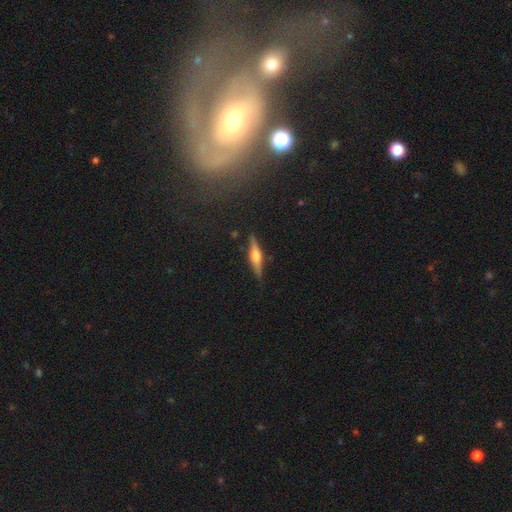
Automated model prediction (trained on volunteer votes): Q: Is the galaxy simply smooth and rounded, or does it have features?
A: featured or disk — 64%.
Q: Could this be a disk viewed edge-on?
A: yes — 96%.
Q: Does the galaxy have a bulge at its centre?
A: rounded — 85%.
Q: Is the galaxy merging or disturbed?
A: none — 86%.